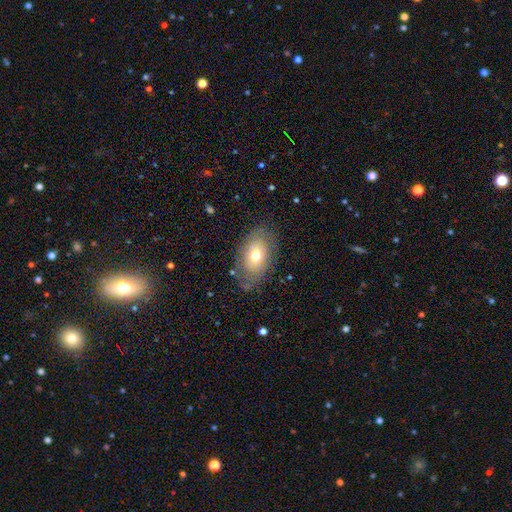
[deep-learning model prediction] smooth_or_featured: smooth (p=0.64) [alt: featured or disk p=0.27]
how_rounded: in between (p=0.86) [alt: round p=0.13]
merging: none (p=0.73) [alt: minor disturbance p=0.18]